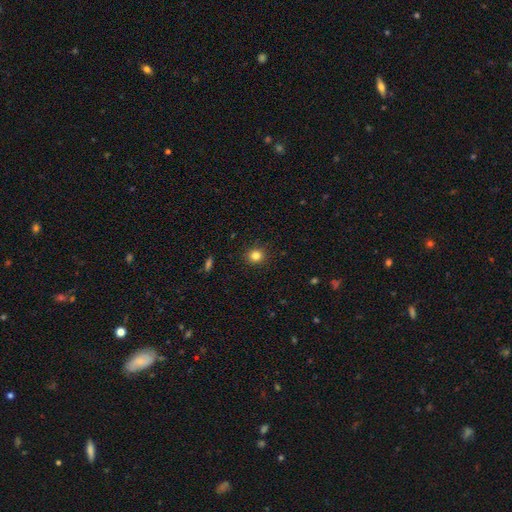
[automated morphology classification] smooth 83%, star or artifact 12%, featured or disk 5%. Down the decision tree: how rounded — round (88%); merging — none (91%).